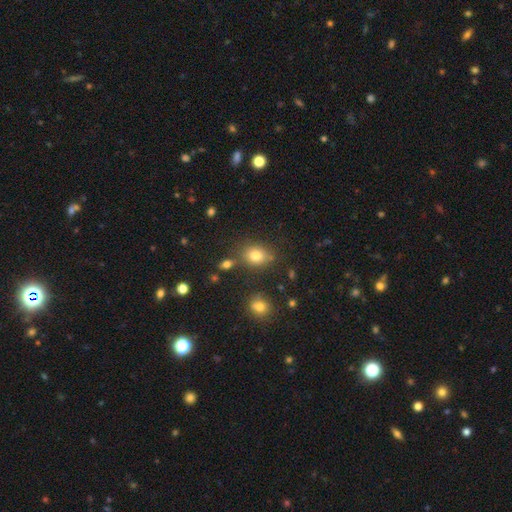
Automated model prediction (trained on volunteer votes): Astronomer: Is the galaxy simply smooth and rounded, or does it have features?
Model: smooth — 80%.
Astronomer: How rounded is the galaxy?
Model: in between — 56% (runner-up: round, 43%).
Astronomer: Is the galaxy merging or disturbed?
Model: none — 72%.